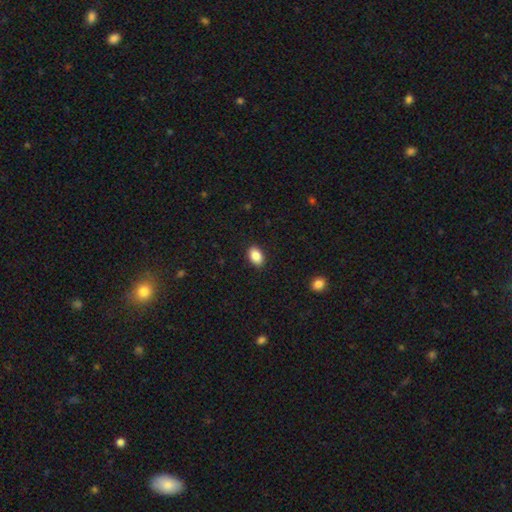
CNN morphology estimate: A smooth galaxy with no disk features (88%) that is in between round and cigar-shaped (86%).

Vote fractions:
- Smooth or featured? smooth: 88% / star or artifact: 8% / featured or disk: 4%
- How rounded? in between: 86% / round: 13% / cigar-shaped: 1%
- Merging? none: 90% / minor disturbance: 7% / major disturbance: 2% / merger: 1%